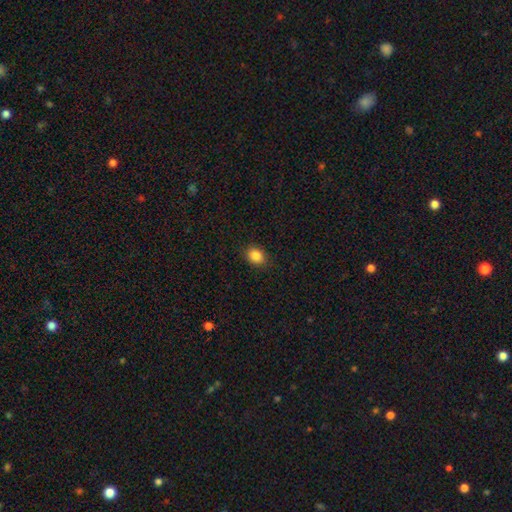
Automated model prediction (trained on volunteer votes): This appears to be a smooth galaxy with no disk features (86%) that is in between round and cigar-shaped (55%). Merging: none (89%).